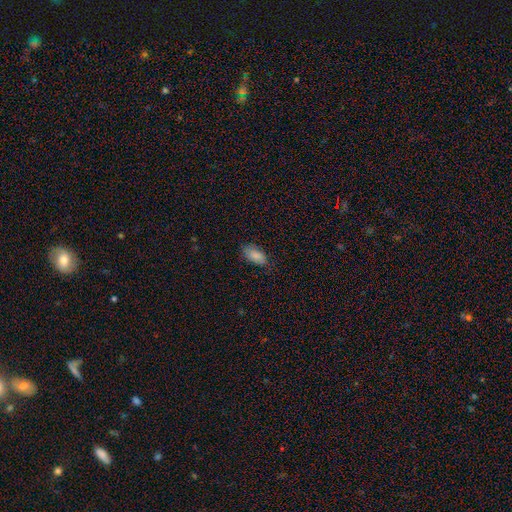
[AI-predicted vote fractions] Smooth or featured? Predicted: smooth (p=0.85). How rounded? Predicted: in between (p=0.92). Merging? Predicted: none (p=0.75).